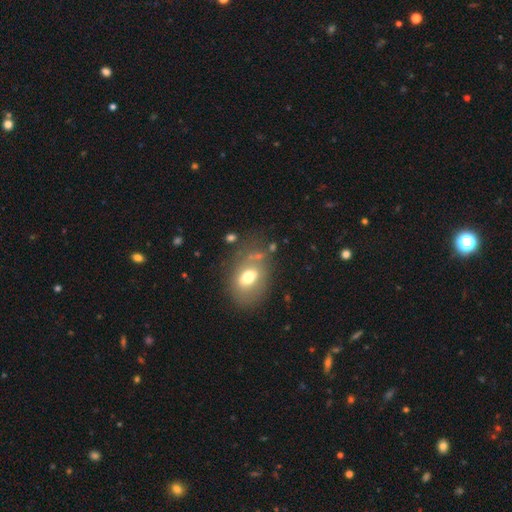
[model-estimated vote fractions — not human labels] A smooth galaxy with no disk features (60%) that is in between round and cigar-shaped (69%). Merging: none (59%).